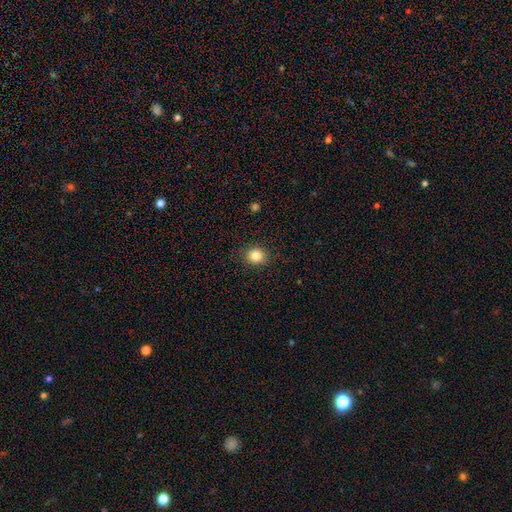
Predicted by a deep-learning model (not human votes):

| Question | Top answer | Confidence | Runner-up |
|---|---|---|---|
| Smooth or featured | smooth | 84% | star or artifact (11%) |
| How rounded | round | 77% | in between (22%) |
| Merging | none | 89% | minor disturbance (8%) |